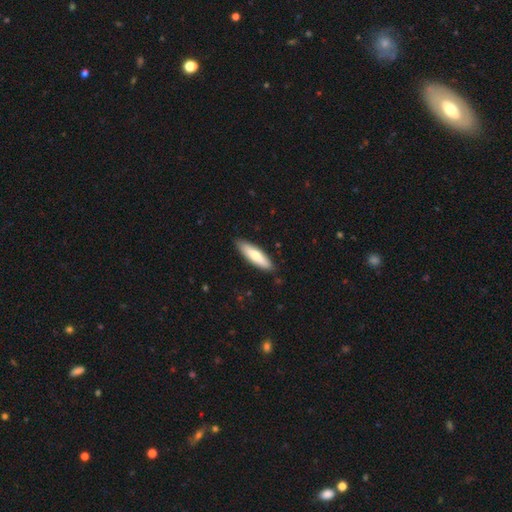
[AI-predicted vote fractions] Morphology: type=smooth (72%); roundness=cigar-shaped (62%); merging=none (87%).